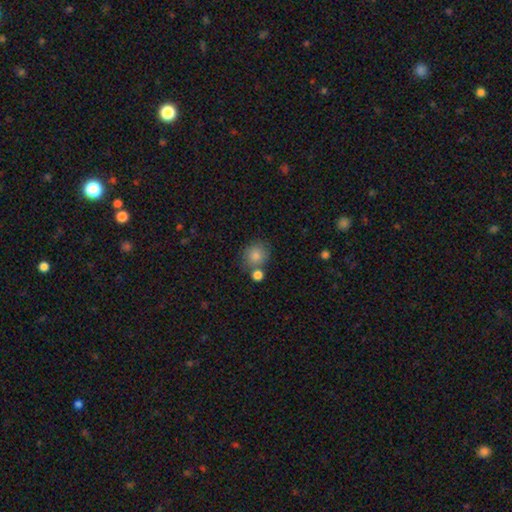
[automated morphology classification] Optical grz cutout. It shows a smooth galaxy with no disk features (84%) that is round (82%). Merging: none (65%).